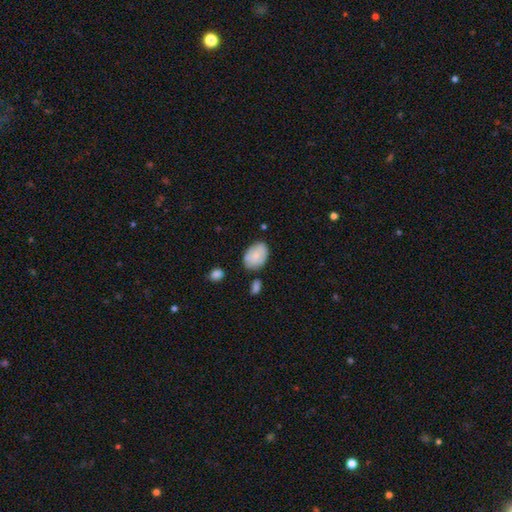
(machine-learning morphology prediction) type=smooth (67%); roundness=in between (82%); merging=none (68%).